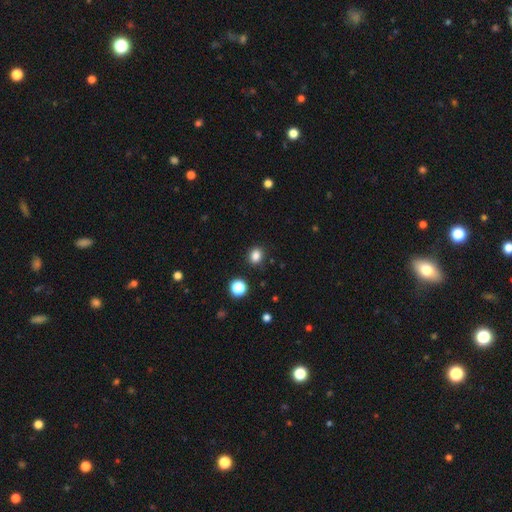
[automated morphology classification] smooth 84%, star or artifact 12%, featured or disk 4%. Down the decision tree: how rounded — round (60%); merging — none (87%).